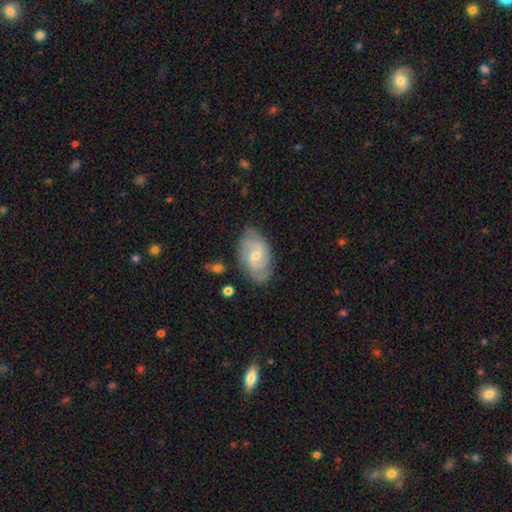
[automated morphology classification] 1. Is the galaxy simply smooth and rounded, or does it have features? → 67% featured or disk, 26% smooth, 7% star or artifact.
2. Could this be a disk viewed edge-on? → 95% no, 5% yes.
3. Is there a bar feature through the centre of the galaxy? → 49% weak, 41% no, 10% strong.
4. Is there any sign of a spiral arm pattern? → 88% yes, 12% no.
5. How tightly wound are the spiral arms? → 41% medium (tied), 41% tight (tied), 18% loose.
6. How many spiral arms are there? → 50% 2, 28% can't tell, 12% 3, 4% 4, 3% 1, 3% more than 4.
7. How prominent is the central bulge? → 57% small, 39% moderate, 1% none, 1% large, 1% dominant.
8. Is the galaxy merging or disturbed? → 78% none, 17% minor disturbance, 4% major disturbance, 2% merger.